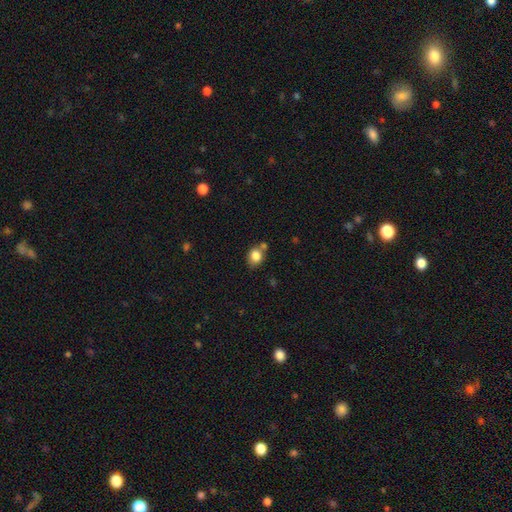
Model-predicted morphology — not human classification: type=smooth (83%); roundness=round (53%); merging=none (62%).